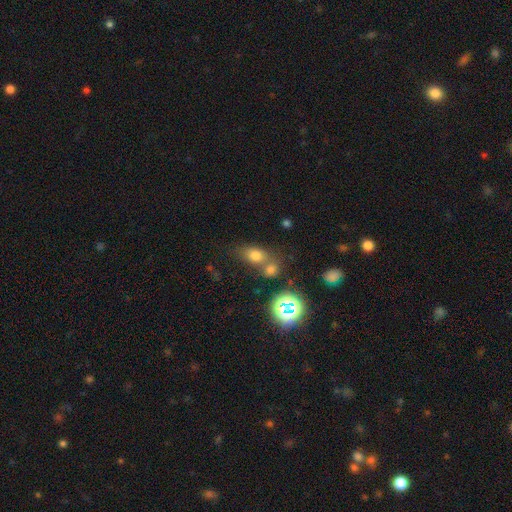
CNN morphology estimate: Smooth or featured?
  - smooth: 68% *
  - star or artifact: 22%
  - featured or disk: 10%
How rounded?
  - in between: 63% *
  - round: 34%
  - cigar-shaped: 3%
Merging?
  - none: 48% *
  - merger: 37%
  - minor disturbance: 11%
  - major disturbance: 5%